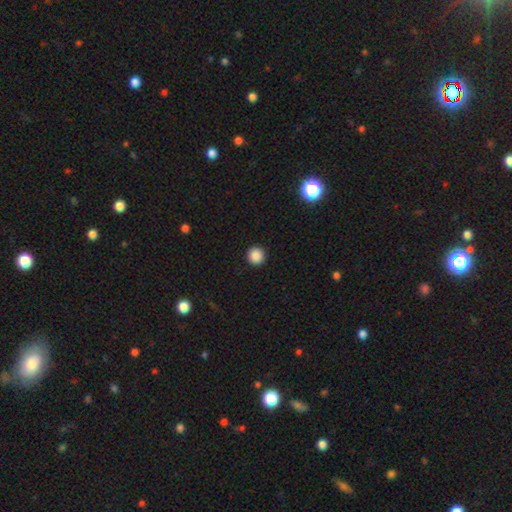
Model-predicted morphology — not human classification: This appears to be a smooth galaxy with no disk features (87%) that is round (95%). Merging: none (93%).